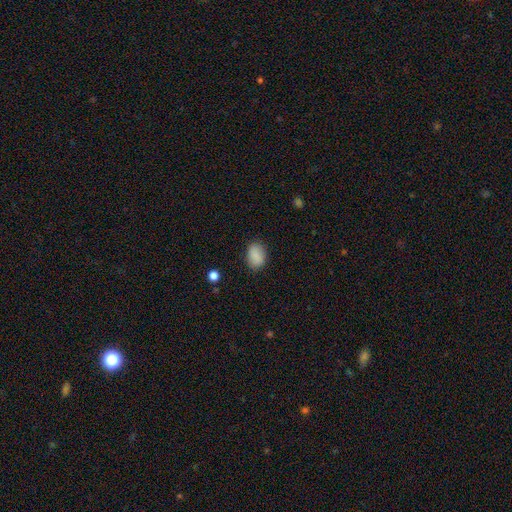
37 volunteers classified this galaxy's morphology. Overall: smooth (97%). How rounded: in between (83%). Merging: none (89%).